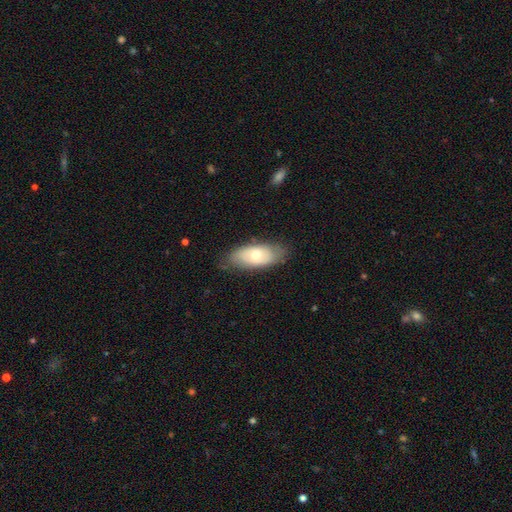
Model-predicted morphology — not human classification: A smooth galaxy with no disk features (57%) that is in between round and cigar-shaped (88%). Merging: none (78%).